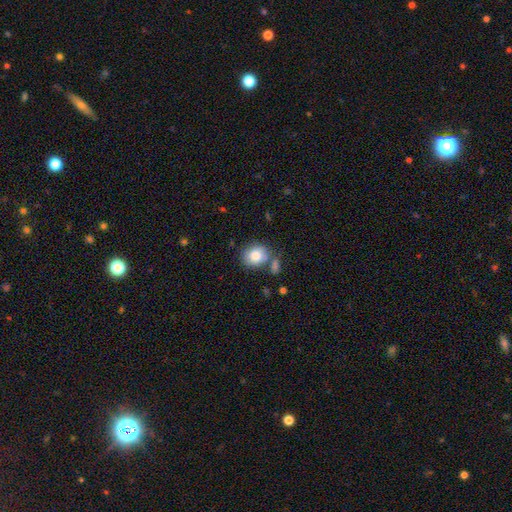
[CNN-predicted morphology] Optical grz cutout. It shows a smooth galaxy with no disk features (81%) that is round (65%). Merging: none (64%).